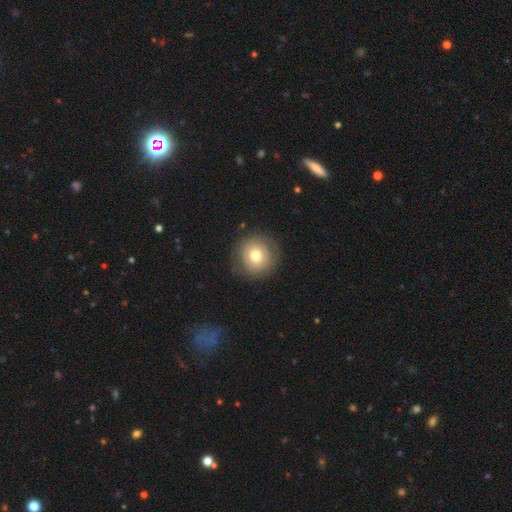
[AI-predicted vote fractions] A smooth galaxy with no disk features (73%) that is round (94%). Merging: none (86%).